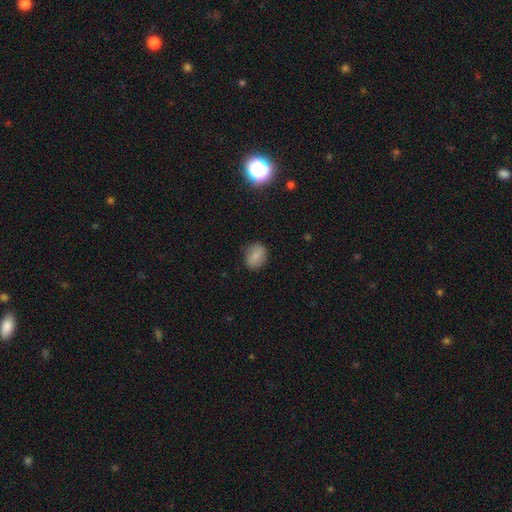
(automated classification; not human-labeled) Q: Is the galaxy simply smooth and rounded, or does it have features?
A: smooth — 76%.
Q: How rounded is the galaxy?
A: round — 51%.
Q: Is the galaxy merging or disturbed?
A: none — 78%.